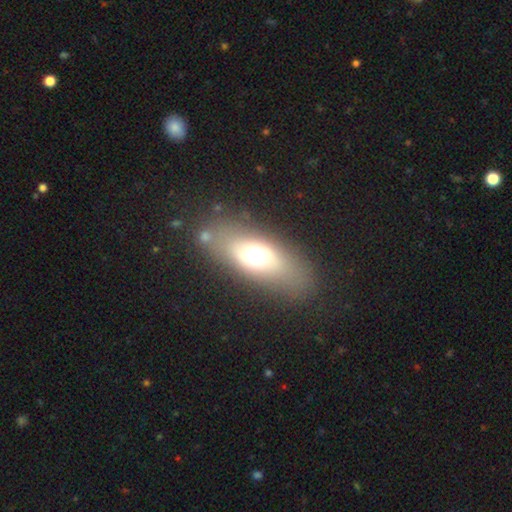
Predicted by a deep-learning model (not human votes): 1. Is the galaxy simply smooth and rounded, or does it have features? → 56% smooth, 32% featured or disk, 12% star or artifact.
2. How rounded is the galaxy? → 72% in between, 19% cigar-shaped, 9% round.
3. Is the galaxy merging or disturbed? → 80% none, 11% minor disturbance, 6% major disturbance, 3% merger.